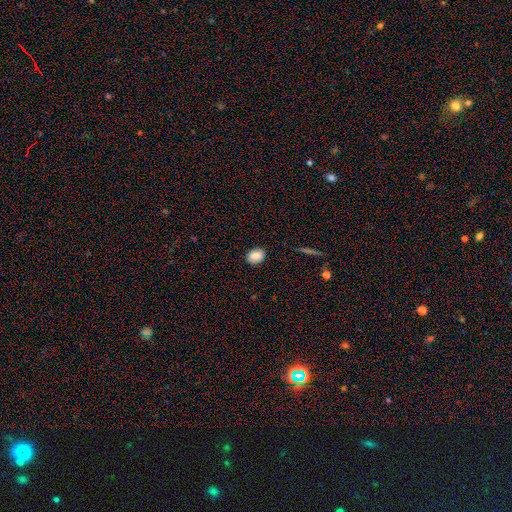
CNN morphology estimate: Q: Smooth or featured?
A: smooth (84%); runner-up: star or artifact (8%)
Q: How rounded?
A: in between (62%); runner-up: round (37%)
Q: Merging?
A: none (88%); runner-up: minor disturbance (9%)